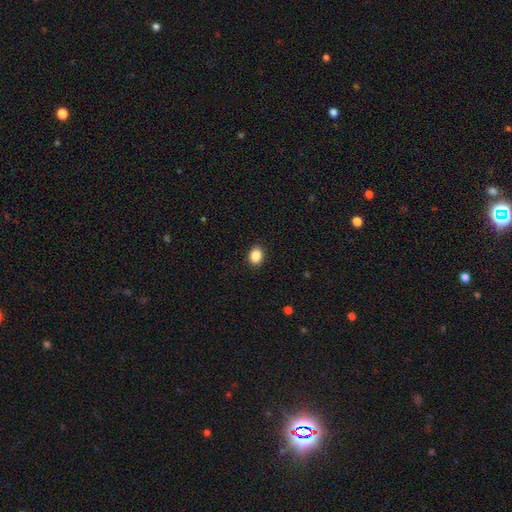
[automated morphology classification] smooth 88%, star or artifact 9%, featured or disk 4%. Down the decision tree: how rounded — in between (63%); merging — none (90%).